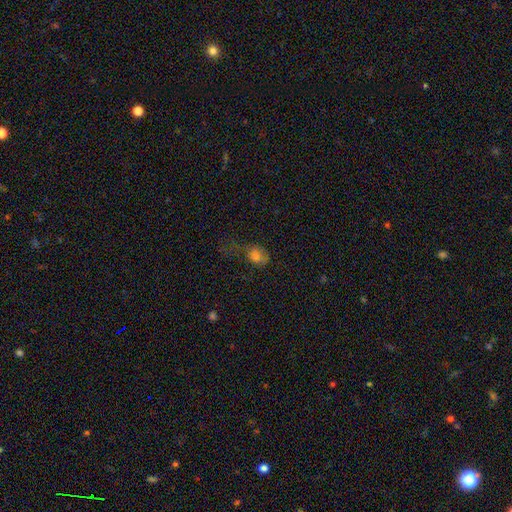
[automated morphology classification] This appears to be a smooth galaxy with no disk features (68%) that is in between round and cigar-shaped (64%). Merging: major disturbance (42%).